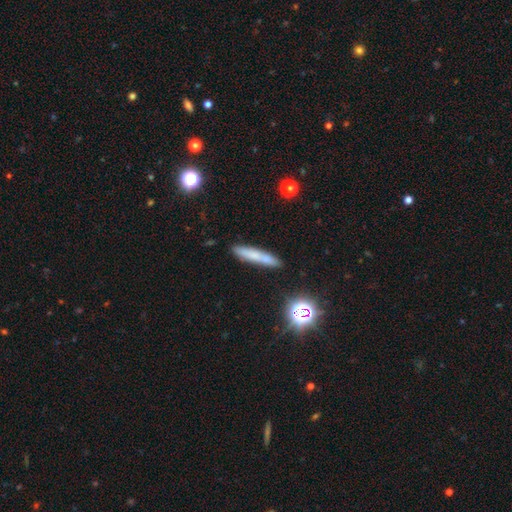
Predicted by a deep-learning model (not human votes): Q: Smooth or featured?
A: smooth (65%); runner-up: featured or disk (23%)
Q: How rounded?
A: cigar-shaped (91%); runner-up: in between (7%)
Q: Merging?
A: none (83%); runner-up: minor disturbance (10%)